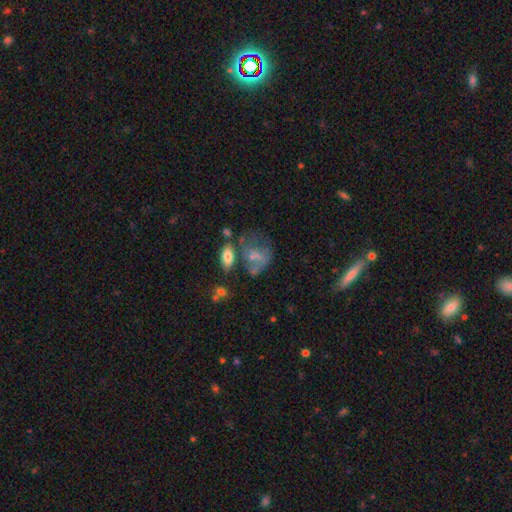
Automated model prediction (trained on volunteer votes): smooth 53%, featured or disk 34%, star or artifact 13%. Down the decision tree: how rounded — in between (68%); merging — major disturbance (35%).